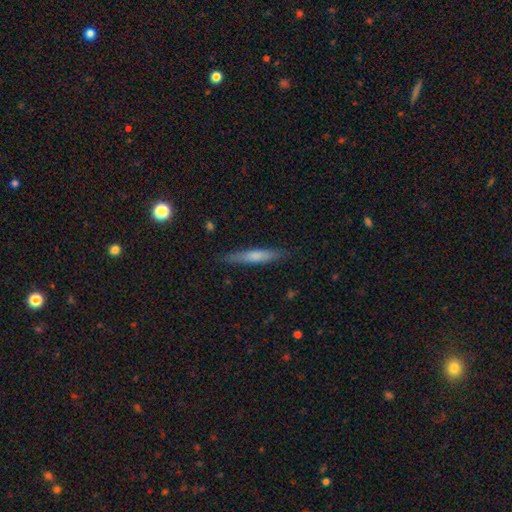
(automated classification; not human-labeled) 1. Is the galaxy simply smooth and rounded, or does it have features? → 58% smooth, 36% featured or disk, 6% star or artifact.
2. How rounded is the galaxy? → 93% cigar-shaped, 6% in between, 1% round.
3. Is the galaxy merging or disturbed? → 87% none, 10% minor disturbance, 2% major disturbance, 1% merger.